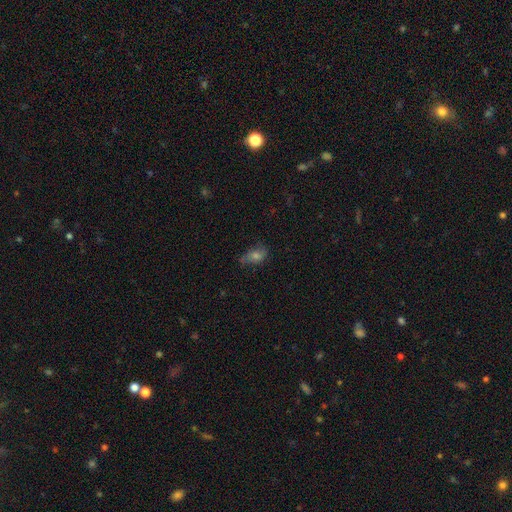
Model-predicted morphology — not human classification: Smooth or featured? Predicted: smooth (p=0.55). How rounded? Predicted: in between (p=0.78). Merging? Predicted: none (p=0.58).